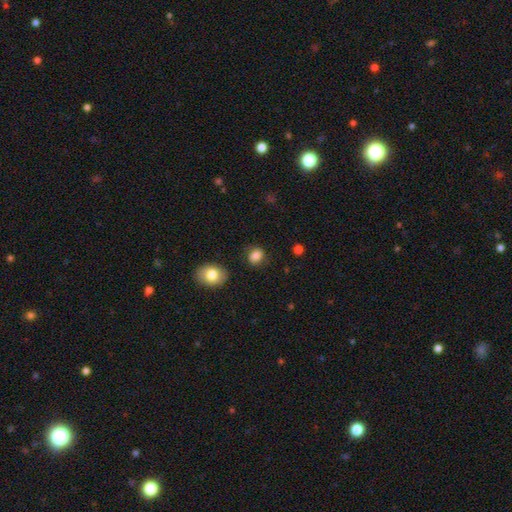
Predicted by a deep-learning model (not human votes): The model was most divided on "how rounded": round: 65%, in between: 33%, cigar-shaped: 1%. More confident: smooth or featured — smooth (83%); merging — none (79%).